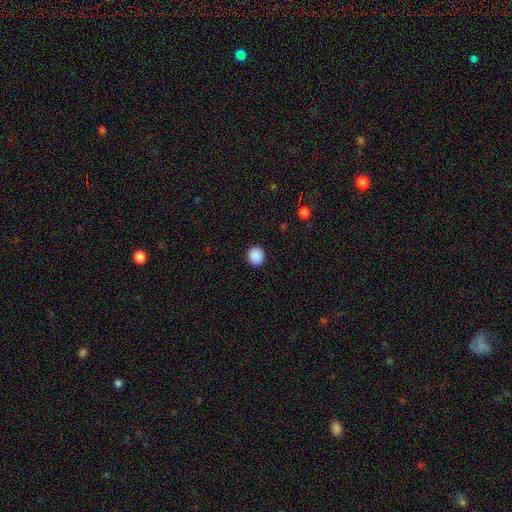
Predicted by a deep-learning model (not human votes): Smooth or featured? smooth (90%)
How rounded? round (88%)
Merging? none (92%)